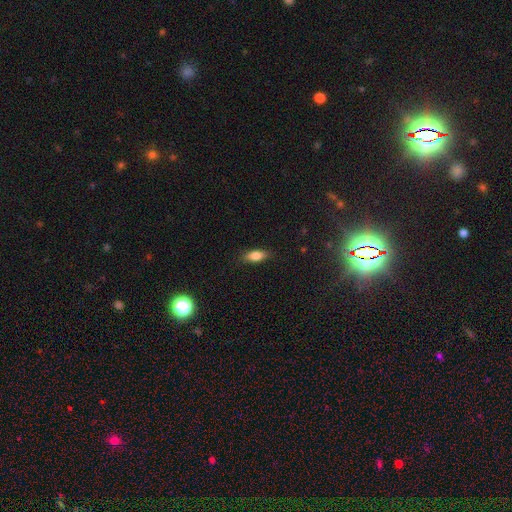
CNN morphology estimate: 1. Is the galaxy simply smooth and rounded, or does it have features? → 81% smooth, 11% featured or disk, 8% star or artifact.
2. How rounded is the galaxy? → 76% in between, 20% cigar-shaped, 4% round.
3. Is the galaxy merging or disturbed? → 84% none, 12% minor disturbance, 3% major disturbance, 1% merger.